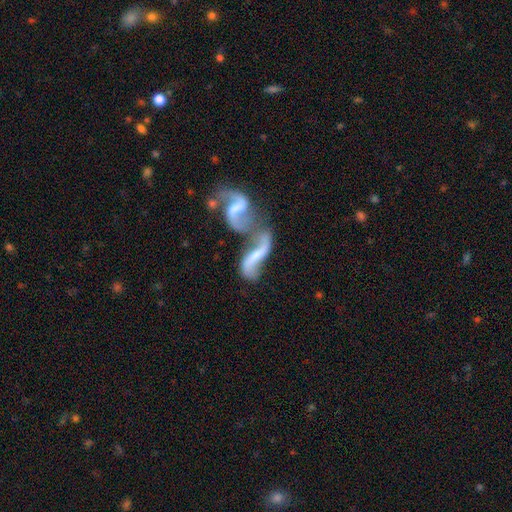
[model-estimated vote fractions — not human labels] smooth_or_featured: featured or disk (p=0.72) [alt: smooth p=0.21]
disk_edge_on: no (p=0.91) [alt: yes p=0.09]
bar: weak (p=0.40) [alt: no p=0.33]
has_spiral_arms: yes (p=0.80) [alt: no p=0.20]
spiral_winding: loose (p=0.86) [alt: medium p=0.11]
spiral_arm_count: 2 (p=0.80) [alt: 1 p=0.11]
bulge_size: small (p=0.34) [alt: none p=0.33]
merging: merger (p=0.71) [alt: none p=0.13]